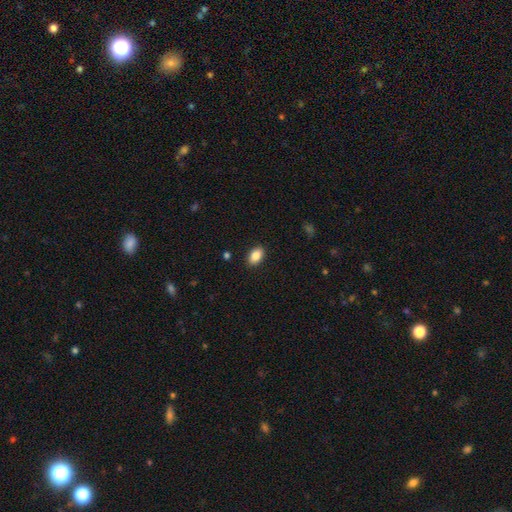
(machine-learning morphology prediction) Smooth or featured? Predicted: smooth (p=0.86). How rounded? Predicted: in between (p=0.89). Merging? Predicted: none (p=0.89).